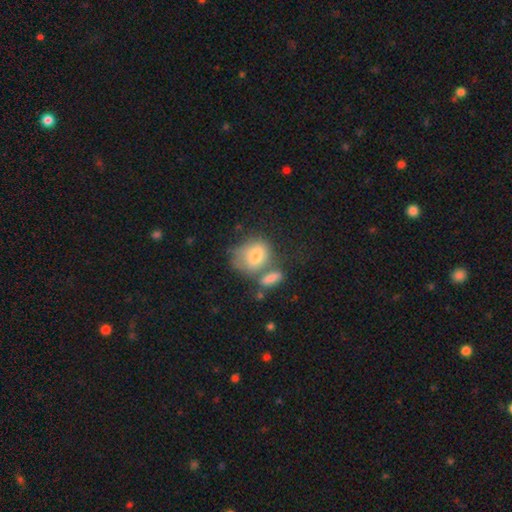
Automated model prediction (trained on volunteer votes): Overall: smooth (73%). How rounded: in between (58%; round 40%). Merging: merger (35%, tied with none).